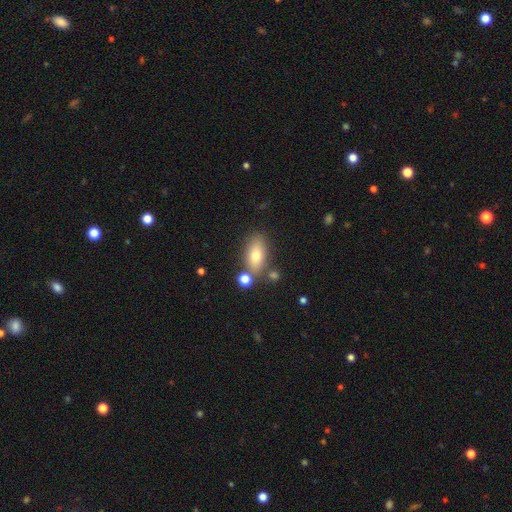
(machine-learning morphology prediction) smooth 75%, featured or disk 16%, star or artifact 9%. Down the decision tree: how rounded — in between (83%); merging — none (71%).